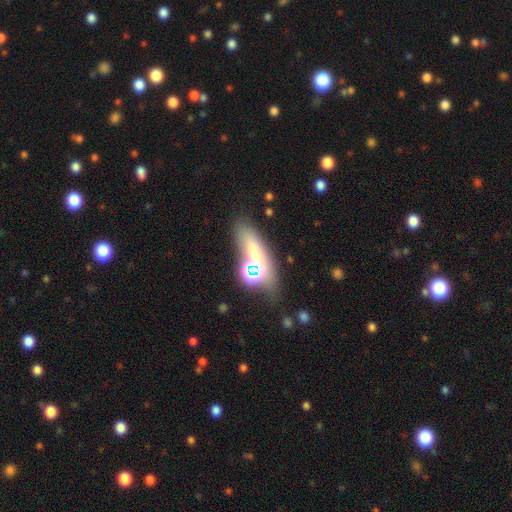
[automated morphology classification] type=smooth (55%); roundness=in between (57%); merging=none (62%).